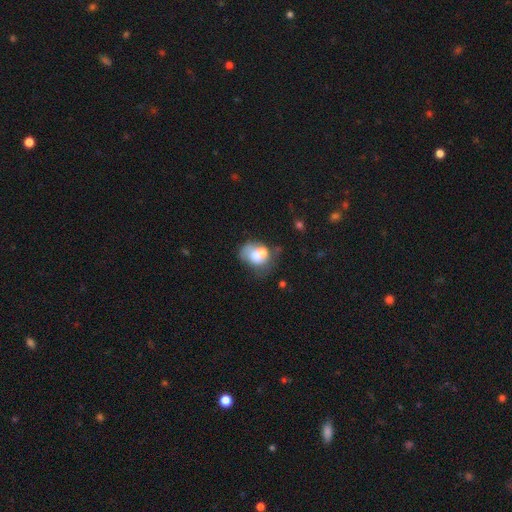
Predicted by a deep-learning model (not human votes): A smooth galaxy with no disk features (58%) that is in between round and cigar-shaped (55%). Merging: merger (51%).